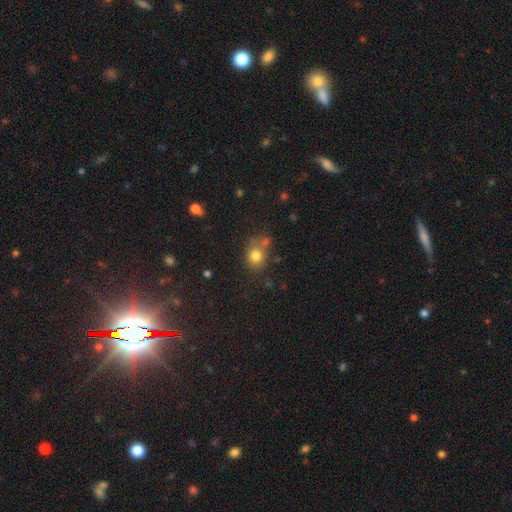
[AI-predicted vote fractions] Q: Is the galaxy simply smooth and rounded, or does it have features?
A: smooth — 79%.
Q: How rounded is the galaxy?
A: round — 75%.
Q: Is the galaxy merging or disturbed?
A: none — 59%.